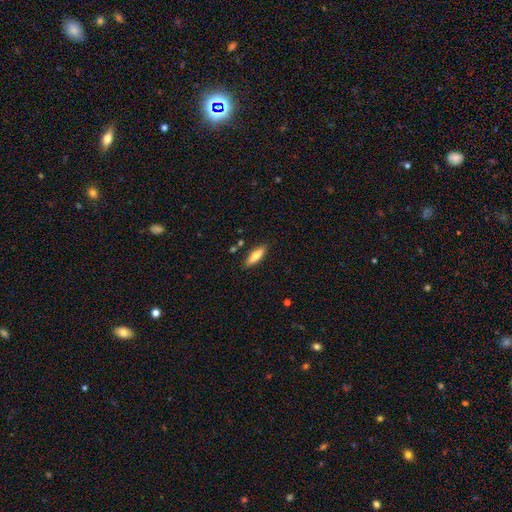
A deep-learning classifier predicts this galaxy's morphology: type=smooth (75%); roundness=cigar-shaped (53%); merging=none (85%).